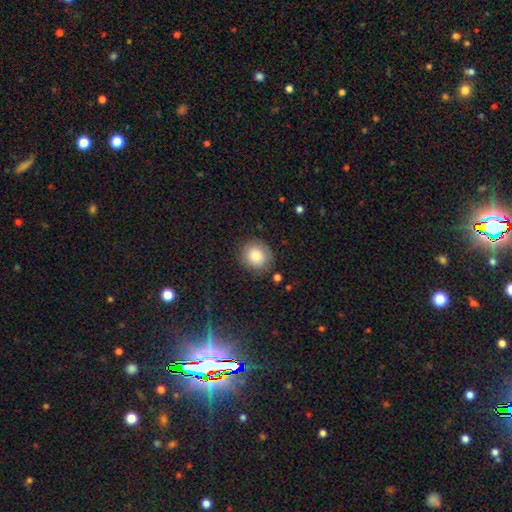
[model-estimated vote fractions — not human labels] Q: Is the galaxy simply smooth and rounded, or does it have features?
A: smooth — 78%.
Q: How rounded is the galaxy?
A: round — 84%.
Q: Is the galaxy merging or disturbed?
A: none — 81%.